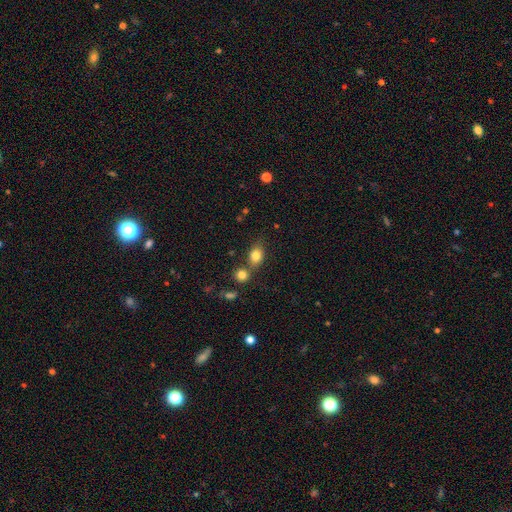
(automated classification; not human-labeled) Overall: smooth (81%). How rounded: in between (58%; round 40%). Merging: none (57%; merger 26%).